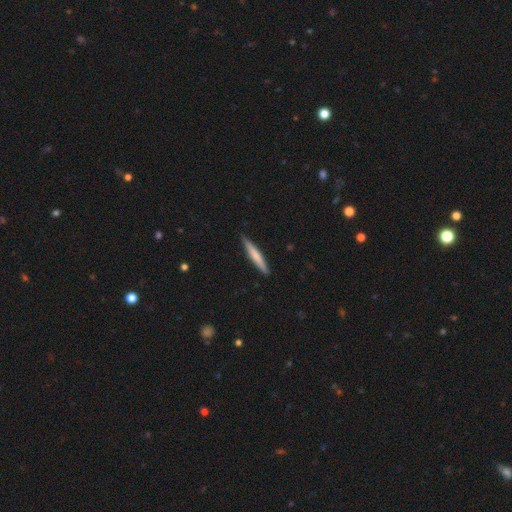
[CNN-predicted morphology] Q: Smooth or featured?
A: smooth (66%); runner-up: featured or disk (29%)
Q: How rounded?
A: cigar-shaped (95%); runner-up: in between (4%)
Q: Merging?
A: none (88%); runner-up: minor disturbance (9%)